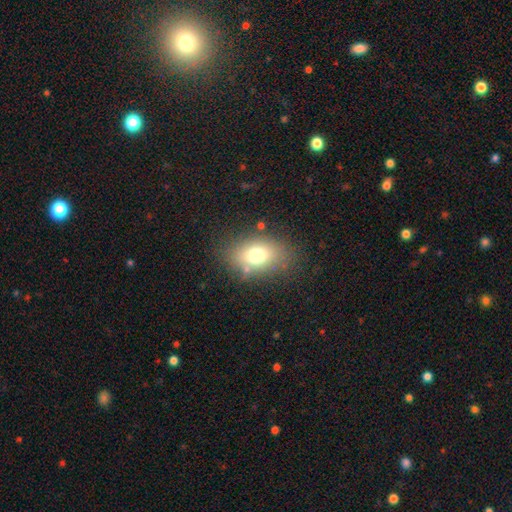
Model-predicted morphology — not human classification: type=smooth (73%); roundness=in between (81%); merging=none (79%).